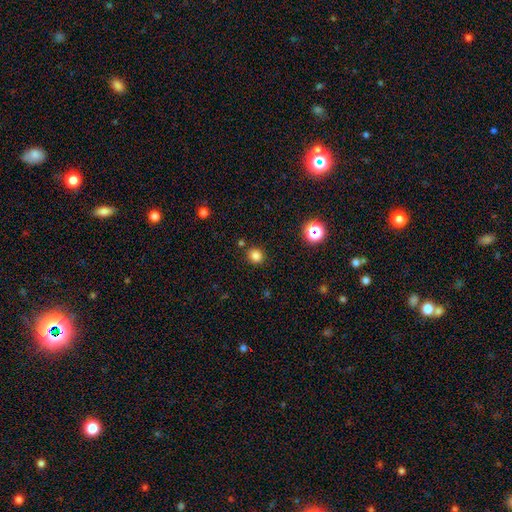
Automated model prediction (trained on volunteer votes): Overall: smooth (81%). How rounded: round (85%). Merging: none (86%).